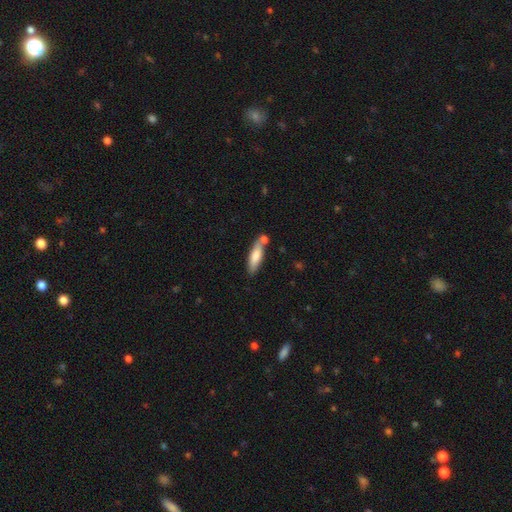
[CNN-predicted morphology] smooth-or-featured: smooth: 73% | featured or disk: 21% | star or artifact: 6%
  how-rounded: cigar-shaped: 63% | in between: 35% | round: 2%
  merging: none: 64% | merger: 17% | minor disturbance: 15% | major disturbance: 3%